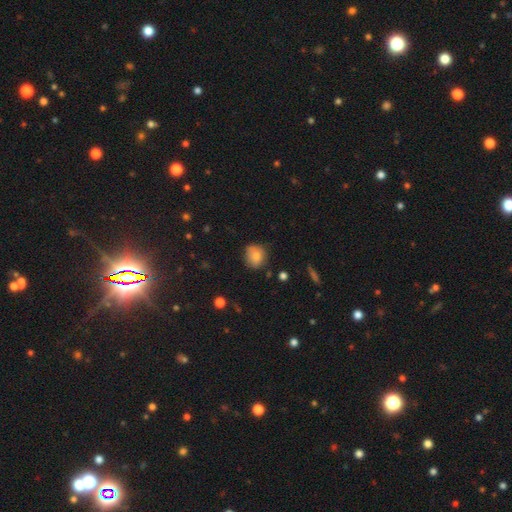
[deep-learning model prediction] This appears to be a smooth galaxy with no disk features (80%) that is round (75%). Merging: none (72%).